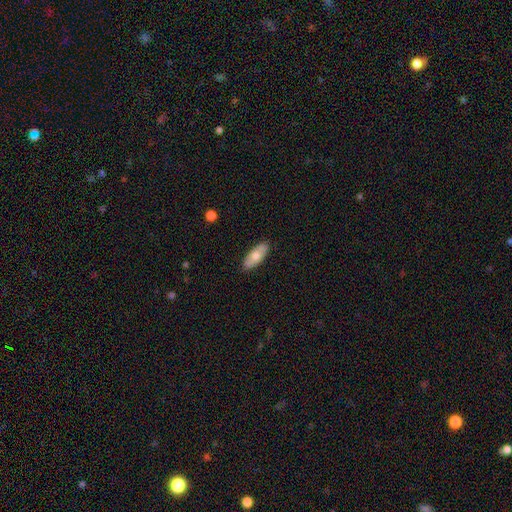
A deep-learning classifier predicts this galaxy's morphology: Smooth or featured: smooth — 67% (featured or disk — 28%)
How rounded: in between — 82% (cigar-shaped — 16%)
Merging: none — 88% (minor disturbance — 9%)